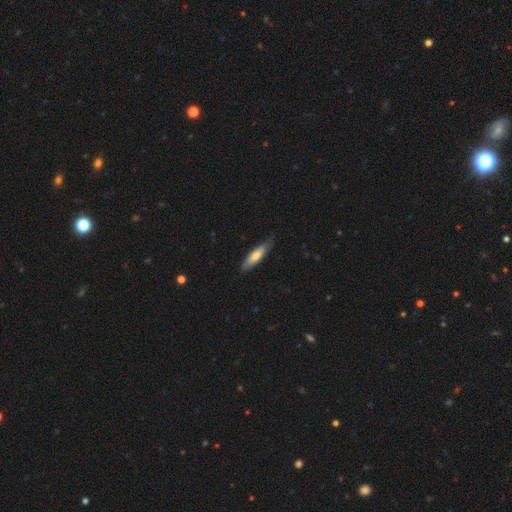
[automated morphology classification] The model was most divided on "smooth or featured": smooth: 67%, featured or disk: 28%, star or artifact: 5%. More confident: merging — none (74%); how rounded — cigar-shaped (70%).